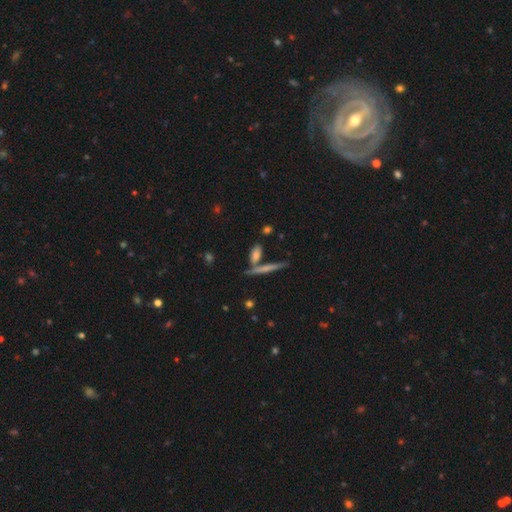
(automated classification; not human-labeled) A featured or disk galaxy (46%).

Vote fractions:
- Smooth or featured? featured or disk: 46% / smooth: 38% / star or artifact: 16%
- Merging? none: 67% / merger: 17% / minor disturbance: 11% / major disturbance: 6%